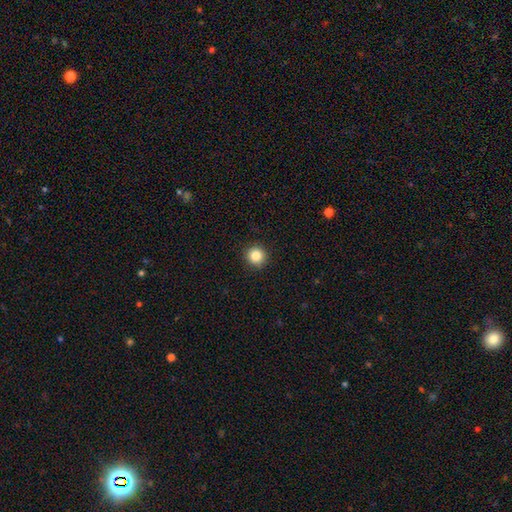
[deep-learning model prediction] This is clearly a smooth galaxy (85%). How rounded: clearly round (95%). Merging: clearly none (93%).